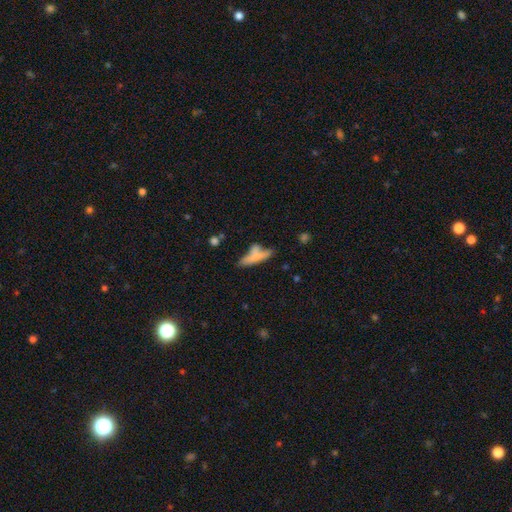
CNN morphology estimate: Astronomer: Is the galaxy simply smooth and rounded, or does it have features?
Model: smooth — 63%.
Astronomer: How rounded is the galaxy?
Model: cigar-shaped — 70%.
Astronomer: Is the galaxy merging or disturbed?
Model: none — 42% (runner-up: merger, 27%).